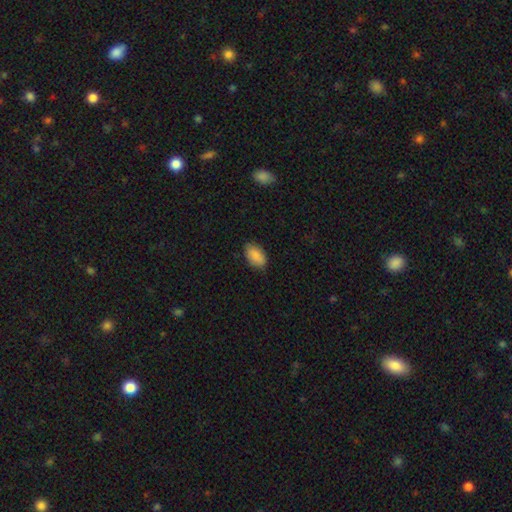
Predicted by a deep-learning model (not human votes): Smooth or featured: smooth — 87% (star or artifact — 7%)
How rounded: in between — 93% (round — 6%)
Merging: none — 80% (minor disturbance — 16%)